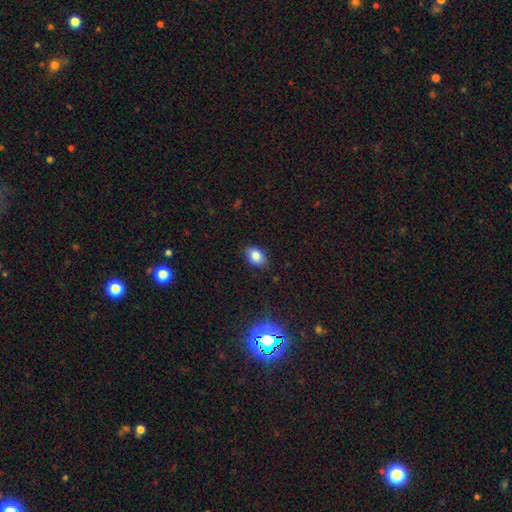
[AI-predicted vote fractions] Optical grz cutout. It shows a smooth galaxy with no disk features (83%) that is in between round and cigar-shaped (81%). Merging: none (83%).